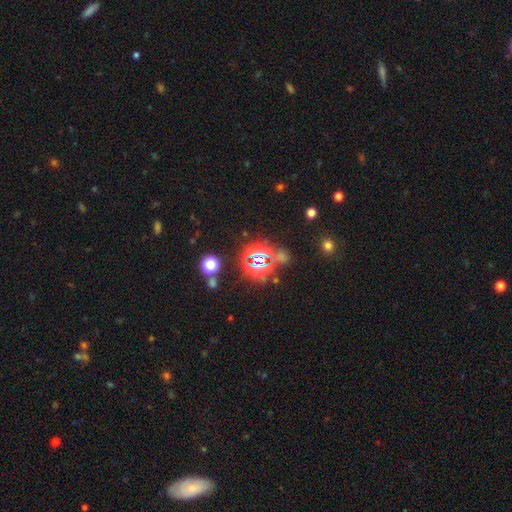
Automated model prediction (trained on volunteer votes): smooth_or_featured: star or artifact (p=0.77) [alt: smooth p=0.14]